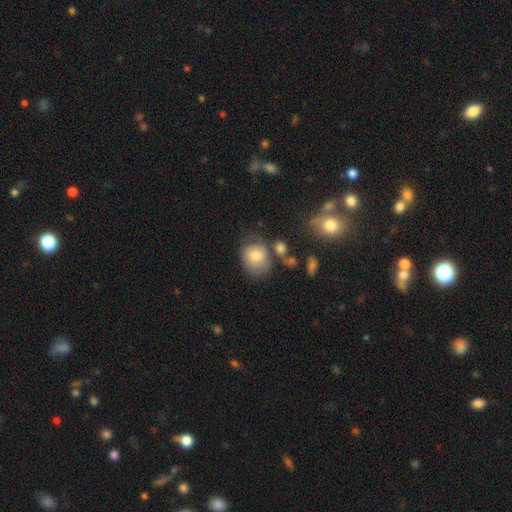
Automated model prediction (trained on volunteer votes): Overall: smooth (75%). How rounded: round (65%; in between 34%). Merging: none (48%; minor disturbance 24%).